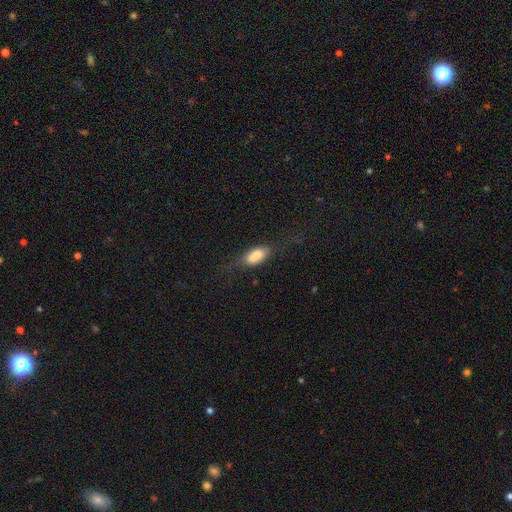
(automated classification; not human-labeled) Morphology: type=smooth (64%); roundness=in between (75%); merging=none (48%).